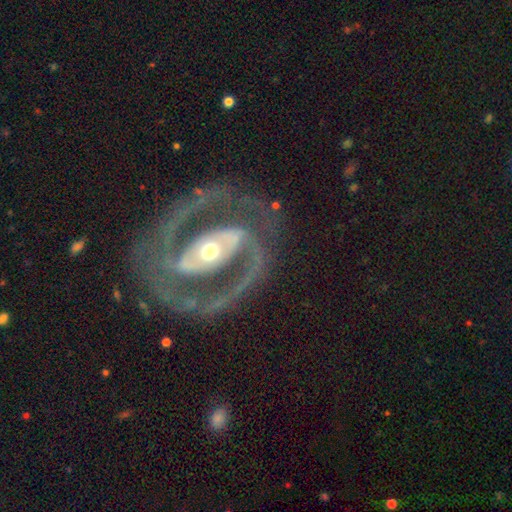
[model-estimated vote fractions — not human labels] A featured or disk galaxy (92%) with a strong bar (50%), 2 (92%) medium (53%) spiral arms (96%) and a moderate central bulge (66%).

Vote fractions:
- Smooth or featured? featured or disk: 92% / star or artifact: 4% / smooth: 4%
- Edge-on disk? no: 97% / yes: 3%
- Bar? strong: 50% / weak: 27% / no: 23%
- Spiral arms? yes: 96% / no: 4%
- Spiral winding? medium: 53% / tight: 36% / loose: 11%
- Spiral arm count? 2: 92% / can't tell: 2% / 3: 2% / 1: 2% / 4: 1% / more than 4: 1%
- Bulge size? moderate: 66% / small: 23% / large: 9% / dominant: 1% / none: 1%
- Merging? none: 79% / minor disturbance: 12% / major disturbance: 7% / merger: 2%